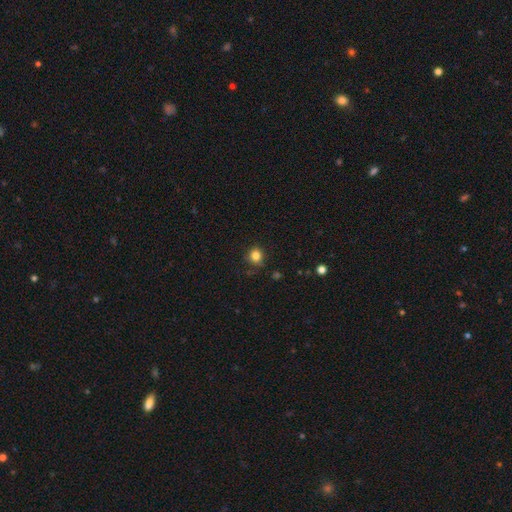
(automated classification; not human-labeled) This is clearly a smooth galaxy (82%). How rounded: clearly round (81%). Merging: clearly none (81%).